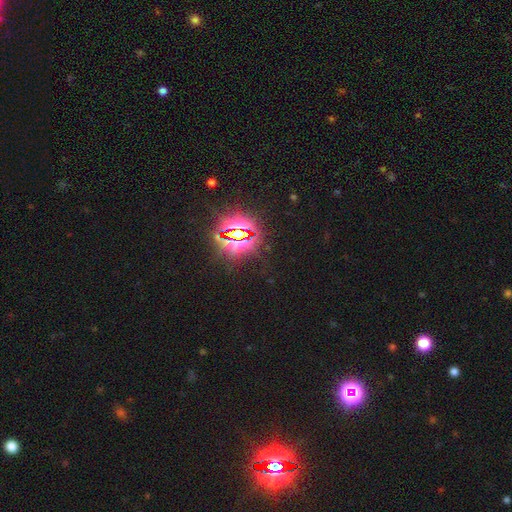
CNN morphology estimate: Overall: star or artifact (84%).